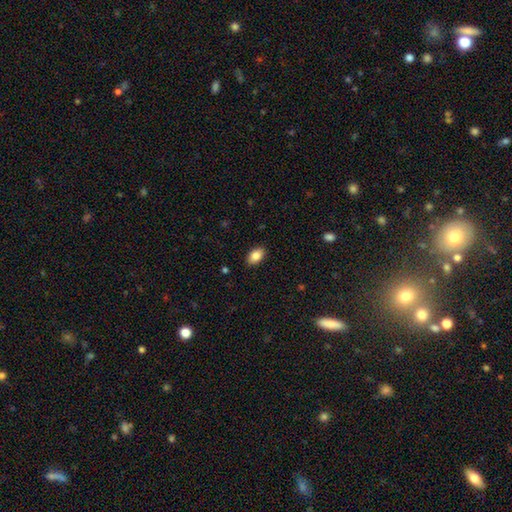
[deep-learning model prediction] A smooth galaxy with no disk features (85%) that is in between round and cigar-shaped (91%).

Vote fractions:
- Smooth or featured? smooth: 85% / star or artifact: 8% / featured or disk: 7%
- How rounded? in between: 91% / round: 7% / cigar-shaped: 2%
- Merging? none: 89% / minor disturbance: 8% / major disturbance: 2% / merger: 1%